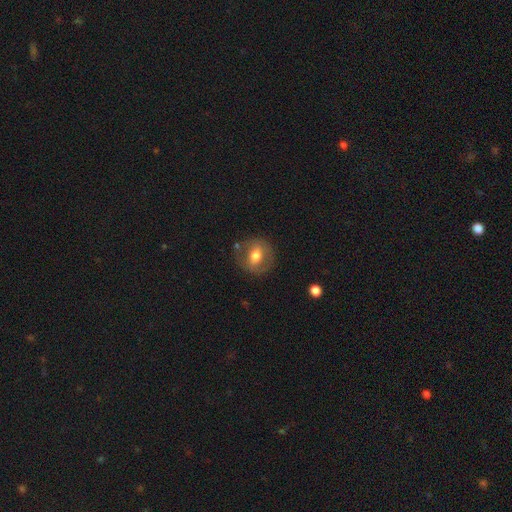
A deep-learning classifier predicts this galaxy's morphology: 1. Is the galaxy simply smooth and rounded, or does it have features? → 55% smooth, 37% featured or disk, 8% star or artifact.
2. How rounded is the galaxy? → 70% round, 28% in between, 1% cigar-shaped.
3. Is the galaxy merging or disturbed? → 79% none, 13% minor disturbance, 6% major disturbance, 3% merger.